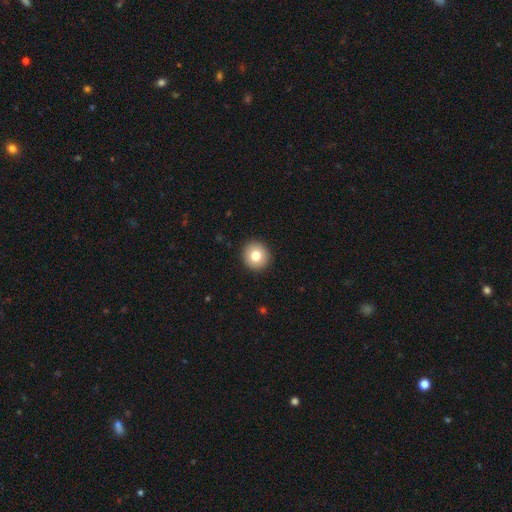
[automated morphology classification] Overall: smooth (79%). How rounded: round (93%). Merging: none (93%).